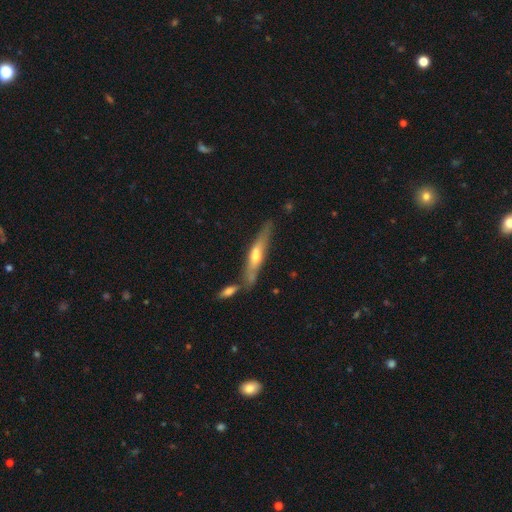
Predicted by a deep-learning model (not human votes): Overall: featured or disk (59%; smooth 35%). Edge-on disk: yes (84%). Merging: none (63%).